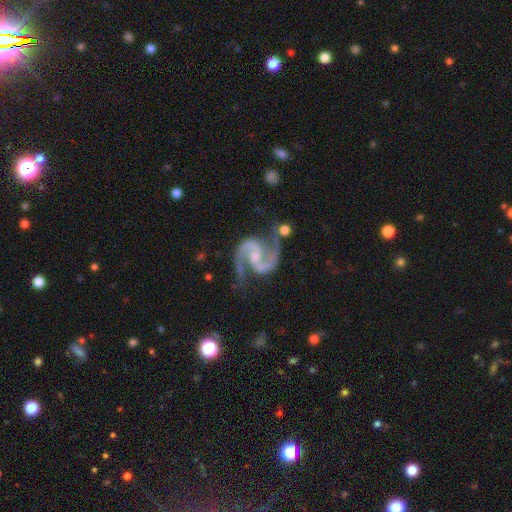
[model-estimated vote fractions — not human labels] Smooth or featured? featured or disk (94%)
Edge-on disk? no (98%)
Bar? weak (46%)
Spiral arms? yes (99%)
Spiral winding? medium (65%)
Spiral arm count? 2 (94%)
Bulge size? small (51%)
Merging? none (68%)